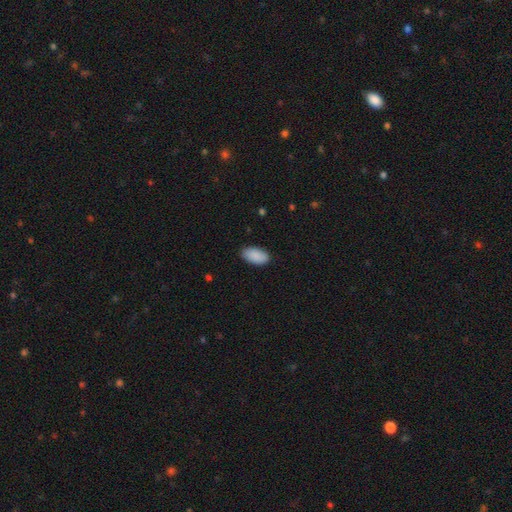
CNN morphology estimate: type=smooth (90%); roundness=in between (95%); merging=none (86%).